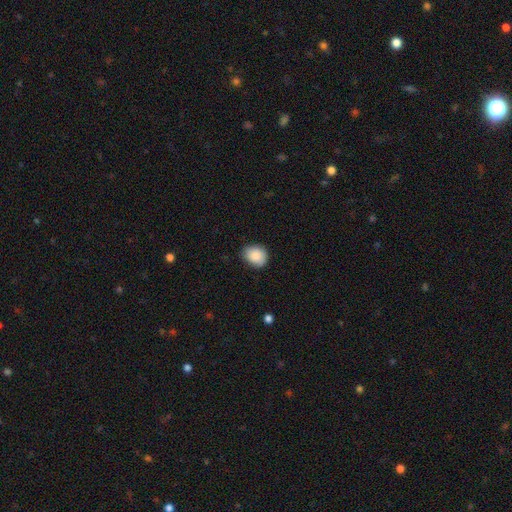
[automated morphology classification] Smooth or featured?
  - smooth: 88% *
  - star or artifact: 7%
  - featured or disk: 5%
How rounded?
  - round: 55% *
  - in between: 44%
  - cigar-shaped: 1%
Merging?
  - none: 75% *
  - minor disturbance: 21%
  - major disturbance: 3%
  - merger: 1%